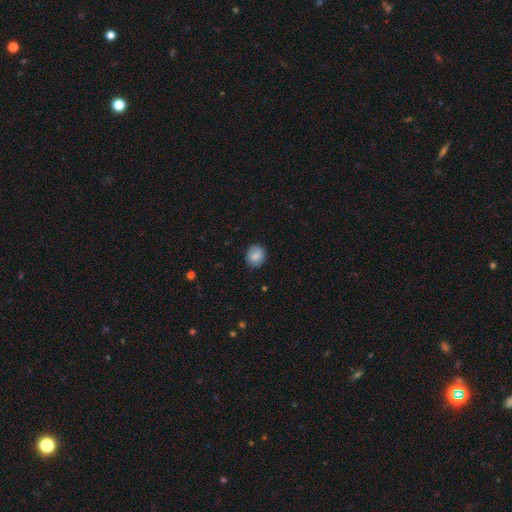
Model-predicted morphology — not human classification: This appears to be a smooth galaxy with no disk features (84%) that is round (71%). Merging: none (84%).